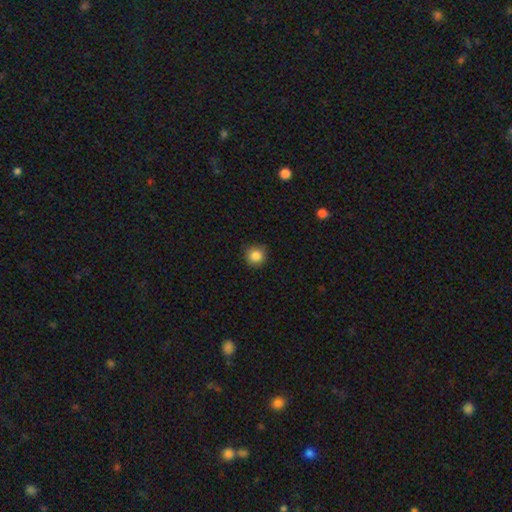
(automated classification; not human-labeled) Smooth or featured?
  - smooth: 85% *
  - star or artifact: 10%
  - featured or disk: 5%
How rounded?
  - round: 93% *
  - in between: 6%
  - cigar-shaped: 1%
Merging?
  - none: 87% *
  - minor disturbance: 10%
  - major disturbance: 2%
  - merger: 1%